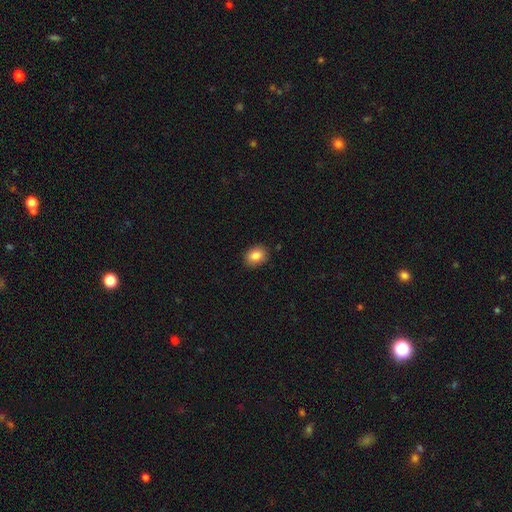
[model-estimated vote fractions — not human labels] Overall: smooth (85%). How rounded: in between (55%; round 44%). Merging: none (88%).